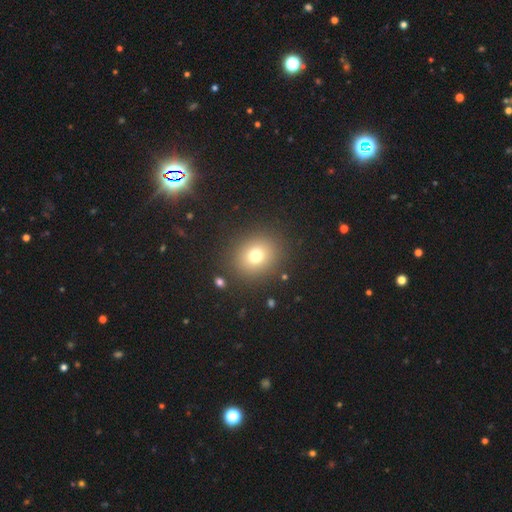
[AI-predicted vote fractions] smooth_or_featured: smooth (p=0.74) [alt: star or artifact p=0.15]
how_rounded: round (p=0.76) [alt: in between p=0.23]
merging: none (p=0.87) [alt: minor disturbance p=0.07]